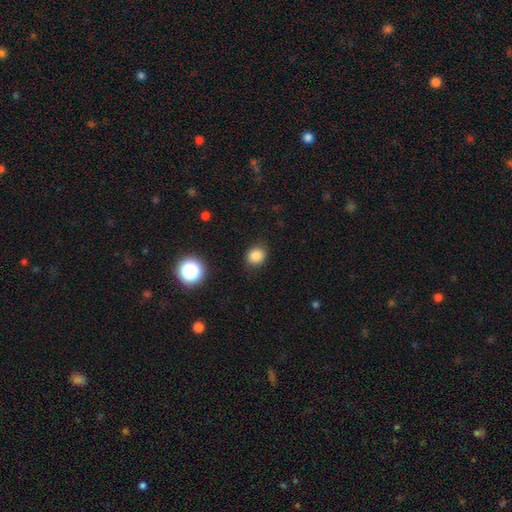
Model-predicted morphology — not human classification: Smooth or featured? smooth (83%)
How rounded? round (80%)
Merging? none (86%)